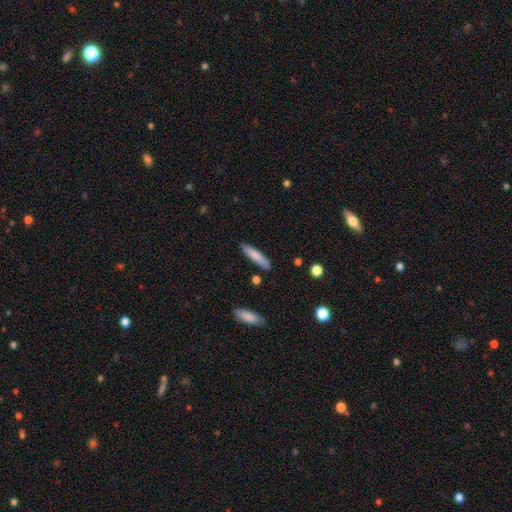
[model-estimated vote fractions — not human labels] A smooth galaxy with no disk features (79%) that is cigar-shaped (85%). Merging: none (88%).